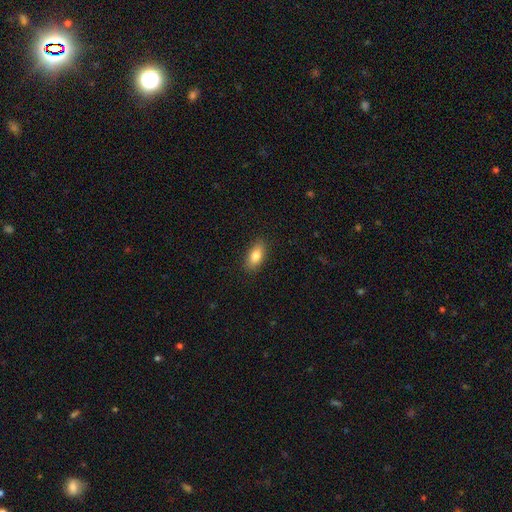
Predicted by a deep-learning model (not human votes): smooth_or_featured: smooth (p=0.82) [alt: featured or disk p=0.11]
how_rounded: in between (p=0.87) [alt: cigar-shaped p=0.08]
merging: none (p=0.87) [alt: minor disturbance p=0.09]